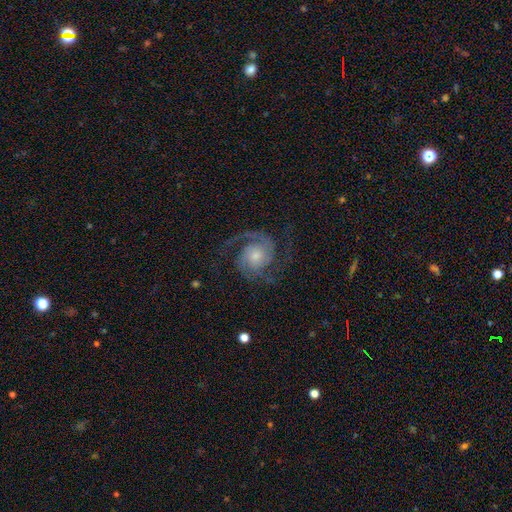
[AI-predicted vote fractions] Smooth or featured? featured or disk (90%)
Edge-on disk? no (98%)
Bar? no (71%)
Spiral arms? yes (98%)
Spiral winding? medium (54%)
Spiral arm count? 2 (88%)
Bulge size? small (42%)
Merging? none (77%)